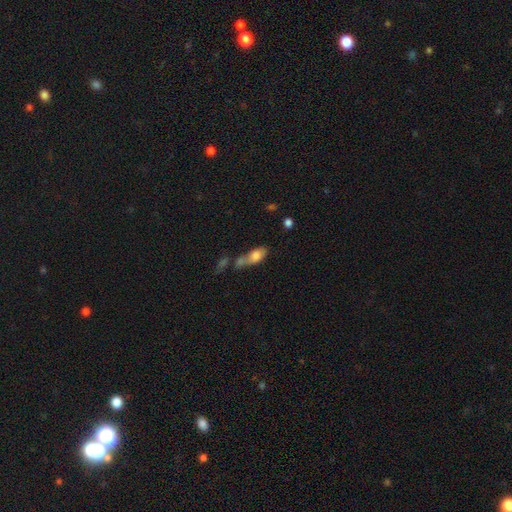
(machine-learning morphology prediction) smooth 70%, featured or disk 21%, star or artifact 8%. Down the decision tree: how rounded — in between (81%); merging — merger (47%).